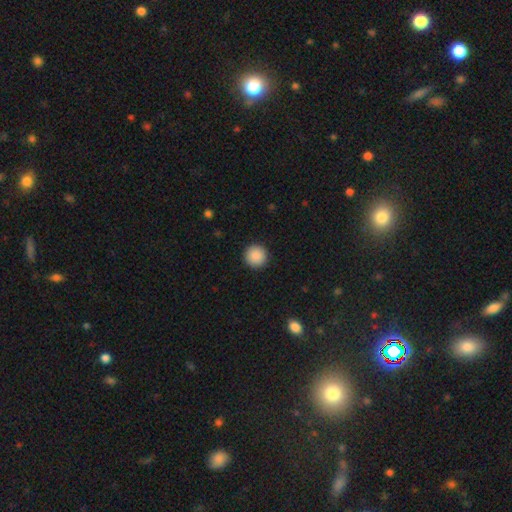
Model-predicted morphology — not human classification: This is clearly a smooth galaxy (90%). How rounded: clearly round (96%). Merging: clearly none (93%).